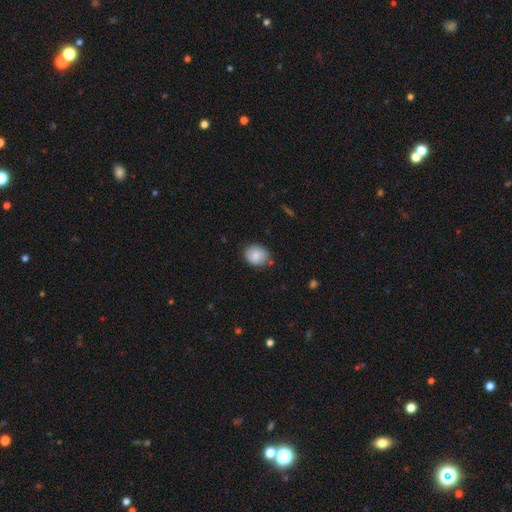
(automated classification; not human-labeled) Q: Smooth or featured?
A: smooth (80%); runner-up: featured or disk (12%)
Q: How rounded?
A: round (60%); runner-up: in between (39%)
Q: Merging?
A: none (77%); runner-up: minor disturbance (17%)